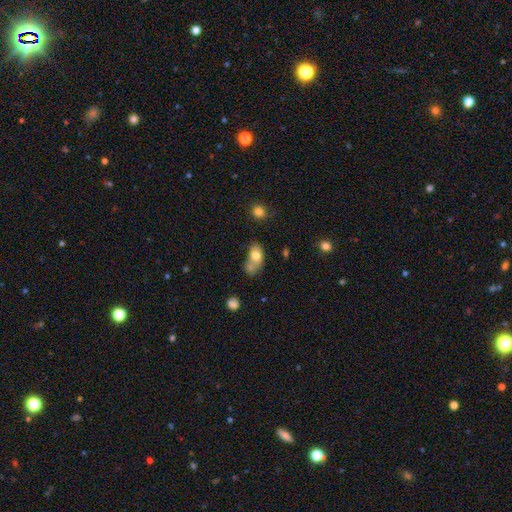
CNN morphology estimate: Overall: smooth (72%). How rounded: in between (79%). Merging: merger (37%; none 23%).